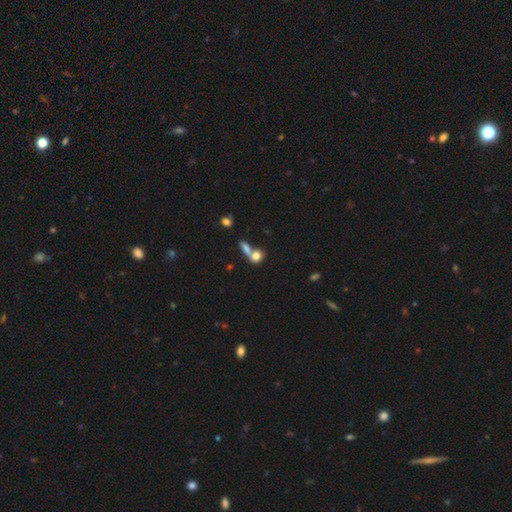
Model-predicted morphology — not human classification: Smooth or featured: smooth — 77% (featured or disk — 12%)
How rounded: round — 50% (in between — 45%)
Merging: merger — 54% (none — 33%)